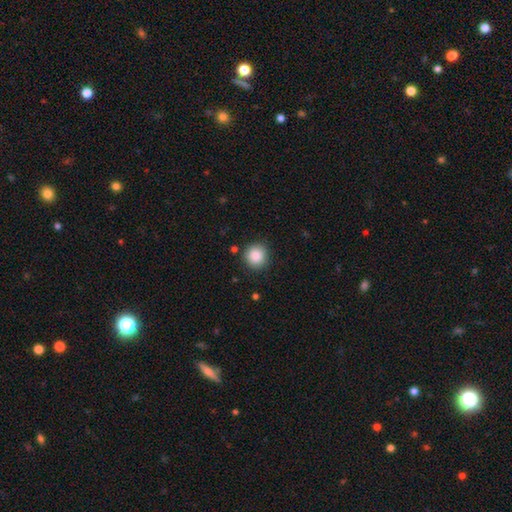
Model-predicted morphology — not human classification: A smooth galaxy with no disk features (88%) that is round (92%).

Vote fractions:
- Smooth or featured? smooth: 88% / star or artifact: 9% / featured or disk: 4%
- How rounded? round: 92% / in between: 7% / cigar-shaped: 1%
- Merging? none: 88% / minor disturbance: 8% / major disturbance: 2% / merger: 2%